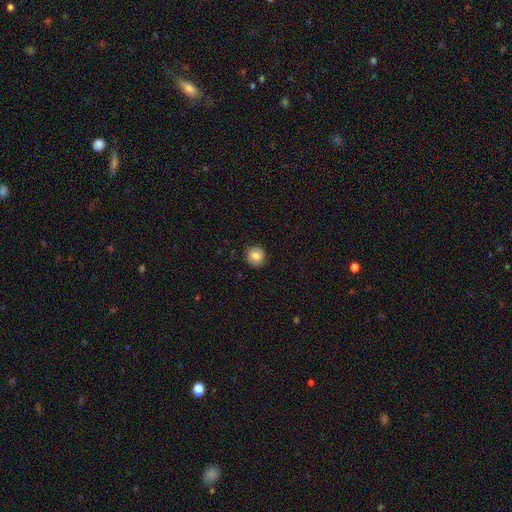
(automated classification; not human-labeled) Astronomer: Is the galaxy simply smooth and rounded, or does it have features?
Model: smooth — 81%.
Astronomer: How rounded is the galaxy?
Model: round — 91%.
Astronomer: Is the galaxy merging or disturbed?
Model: none — 90%.